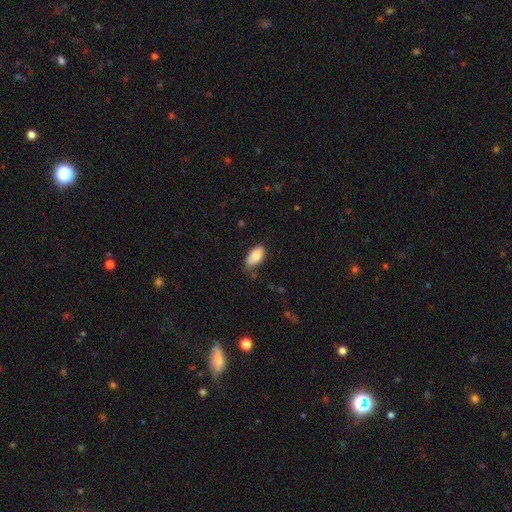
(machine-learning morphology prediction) smooth 85%, featured or disk 8%, star or artifact 7%. Down the decision tree: how rounded — in between (94%); merging — none (67%).